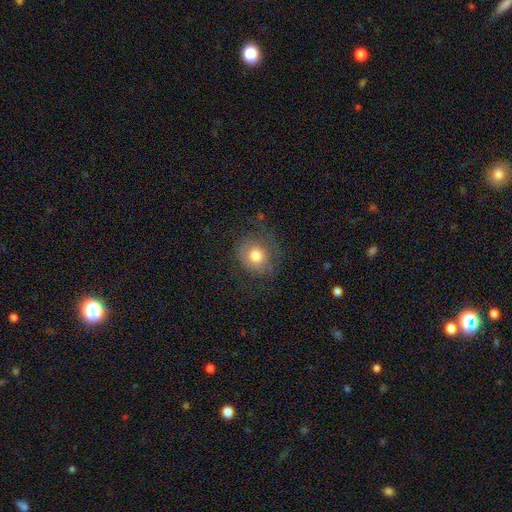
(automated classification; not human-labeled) The model was most divided on "merging": none: 65%, minor disturbance: 20%, major disturbance: 14%, merger: 1%. More confident: how rounded — round (83%); smooth or featured — smooth (69%).